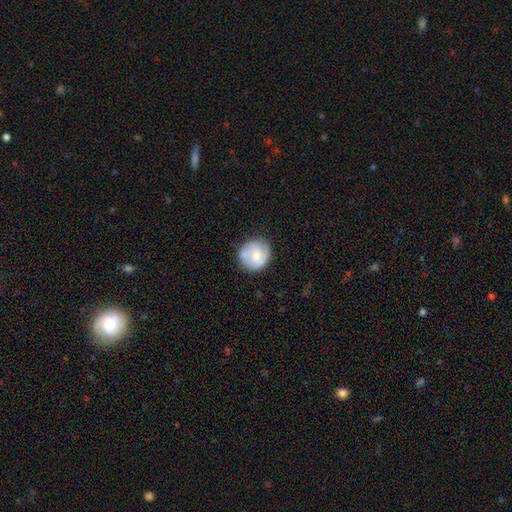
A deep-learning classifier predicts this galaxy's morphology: Smooth or featured? Predicted: smooth (p=0.54). How rounded? Predicted: round (p=0.90). Merging? Predicted: none (p=0.71).